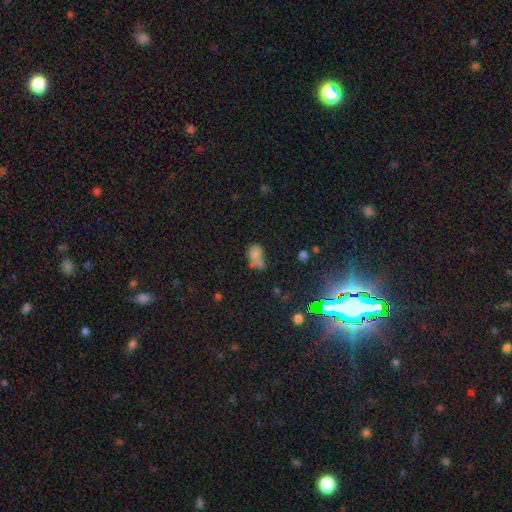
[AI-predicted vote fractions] A smooth galaxy with no disk features (70%) that is in between round and cigar-shaped (69%).

Vote fractions:
- Smooth or featured? smooth: 70% / star or artifact: 15% / featured or disk: 15%
- How rounded? in between: 69% / round: 29% / cigar-shaped: 2%
- Merging? merger: 43% / none: 27% / minor disturbance: 17% / major disturbance: 13%